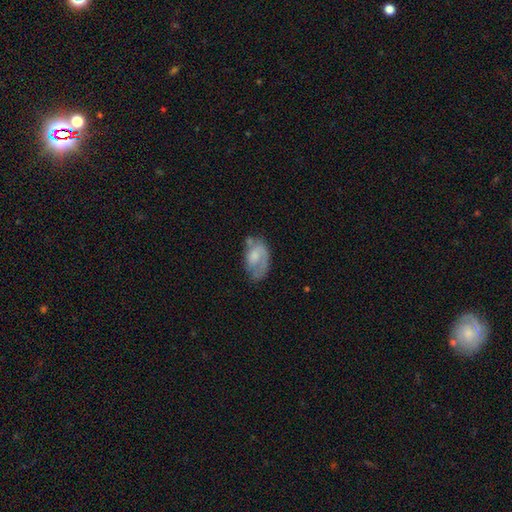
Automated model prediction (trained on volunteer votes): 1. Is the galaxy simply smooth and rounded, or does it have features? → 48% featured or disk, 45% smooth, 7% star or artifact.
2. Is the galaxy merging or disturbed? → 42% none, 29% minor disturbance, 23% major disturbance, 6% merger.